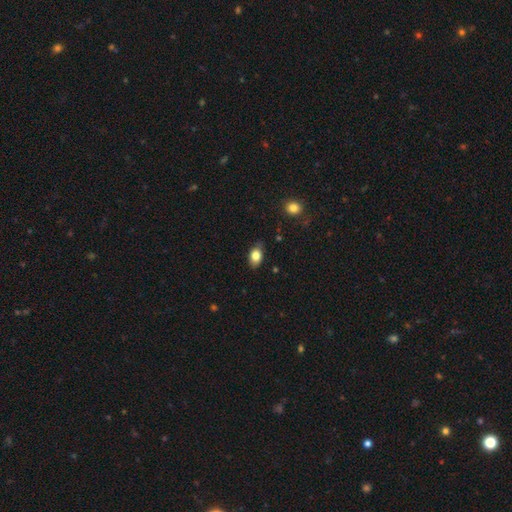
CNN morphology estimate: Overall: smooth (82%). How rounded: in between (84%). Merging: none (81%).